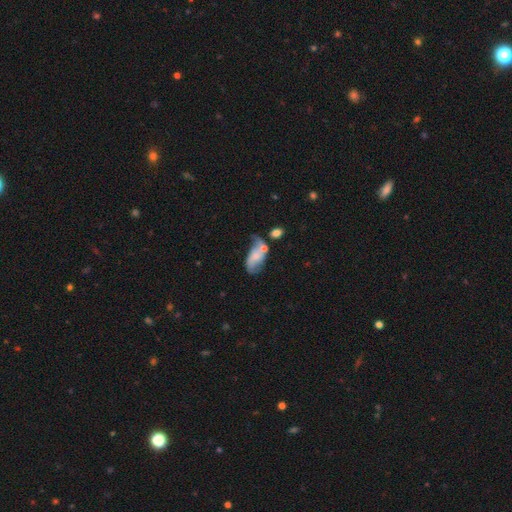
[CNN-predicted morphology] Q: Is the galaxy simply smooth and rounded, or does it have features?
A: featured or disk — 55%.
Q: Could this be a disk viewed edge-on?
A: no — 95%.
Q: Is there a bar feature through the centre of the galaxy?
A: no — 67%.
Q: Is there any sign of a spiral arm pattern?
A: yes — 78%.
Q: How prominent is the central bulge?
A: small — 47%.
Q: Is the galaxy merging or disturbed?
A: none — 29%.